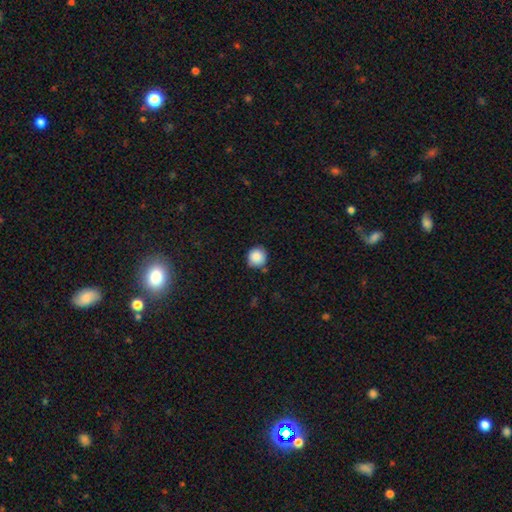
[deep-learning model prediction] A smooth galaxy with no disk features (87%) that is round (94%). Merging: none (83%).